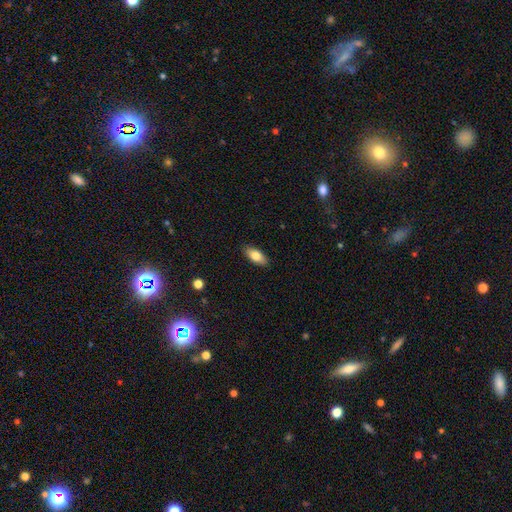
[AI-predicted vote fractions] Q: Smooth or featured?
A: smooth (79%); runner-up: featured or disk (14%)
Q: How rounded?
A: in between (85%); runner-up: cigar-shaped (12%)
Q: Merging?
A: none (88%); runner-up: minor disturbance (9%)